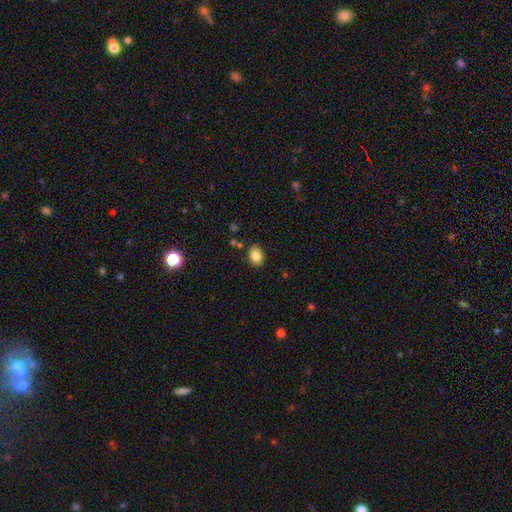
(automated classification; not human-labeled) Smooth or featured? Predicted: smooth (p=0.83). How rounded? Predicted: in between (p=0.77). Merging? Predicted: none (p=0.86).